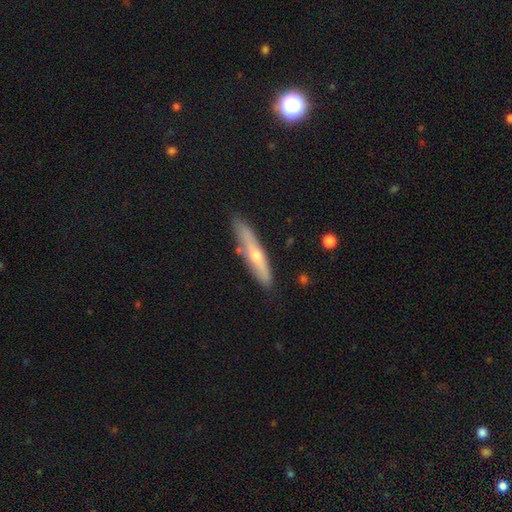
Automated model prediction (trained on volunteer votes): Smooth or featured: featured or disk — 51% (smooth — 43%)
Edge-on disk: yes — 82% (no — 18%)
Merging: none — 78% (minor disturbance — 15%)